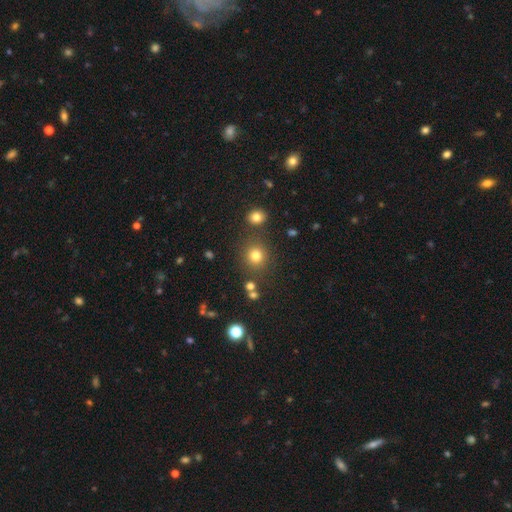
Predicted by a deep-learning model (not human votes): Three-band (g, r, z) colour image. It shows a smooth galaxy with no disk features (78%) that is round (90%). Merging: none (82%).